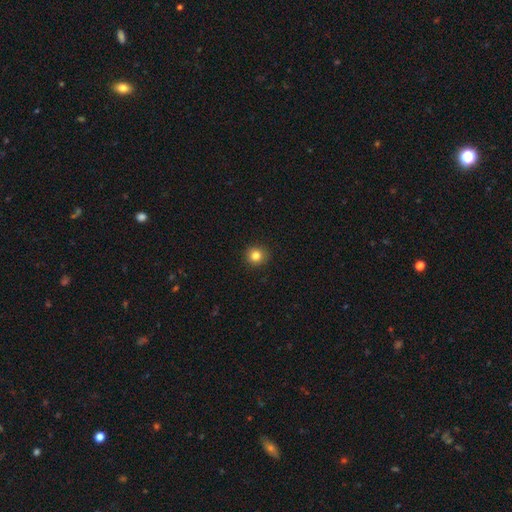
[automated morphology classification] Q: Smooth or featured?
A: smooth (83%); runner-up: star or artifact (12%)
Q: How rounded?
A: round (92%); runner-up: in between (7%)
Q: Merging?
A: none (92%); runner-up: minor disturbance (6%)